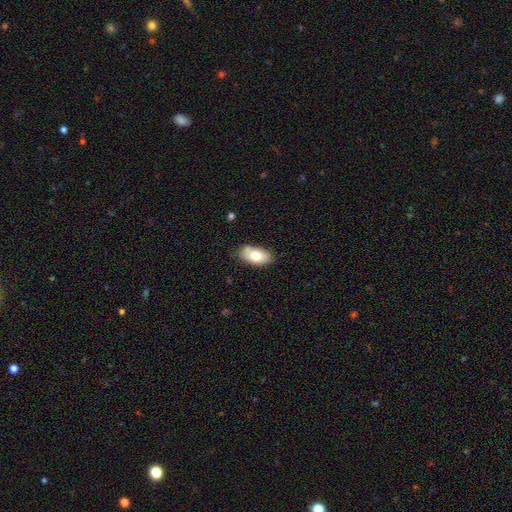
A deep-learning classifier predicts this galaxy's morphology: Smooth or featured: smooth — 74% (featured or disk — 20%)
How rounded: in between — 93% (round — 4%)
Merging: none — 76% (minor disturbance — 18%)